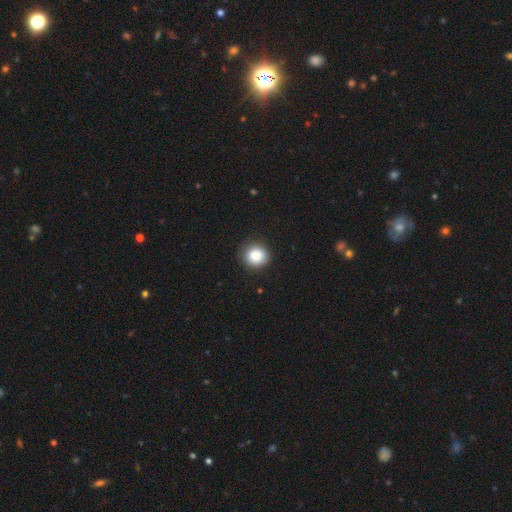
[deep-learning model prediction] Smooth or featured: smooth — 87% (star or artifact — 9%)
How rounded: round — 90% (in between — 9%)
Merging: none — 88% (minor disturbance — 9%)